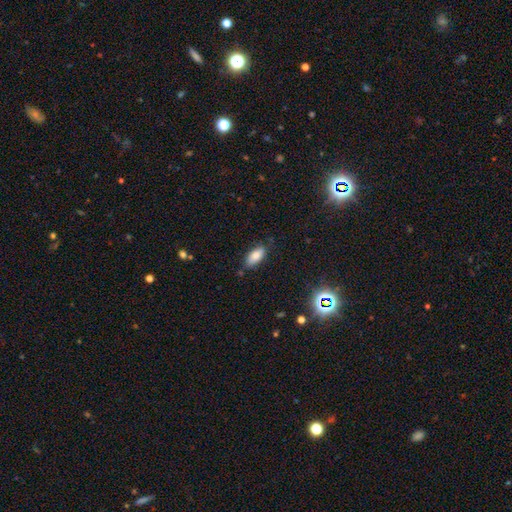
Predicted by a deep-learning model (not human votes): A smooth galaxy with no disk features (83%) that is in between round and cigar-shaped (88%). Merging: none (78%).